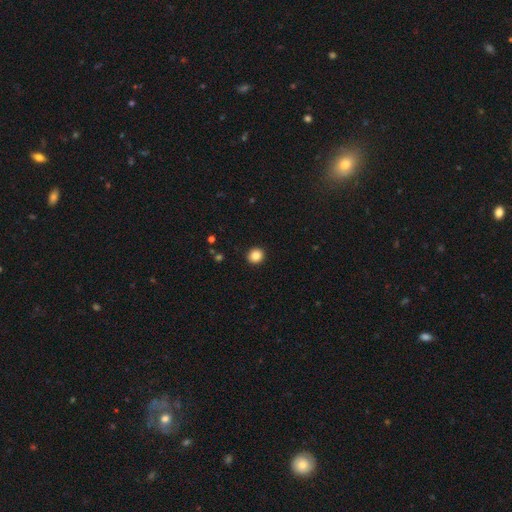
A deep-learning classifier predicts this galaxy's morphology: smooth-or-featured: smooth: 85% | star or artifact: 10% | featured or disk: 5%
  how-rounded: round: 90% | in between: 9% | cigar-shaped: 1%
  merging: none: 93% | minor disturbance: 4% | major disturbance: 1% | merger: 1%